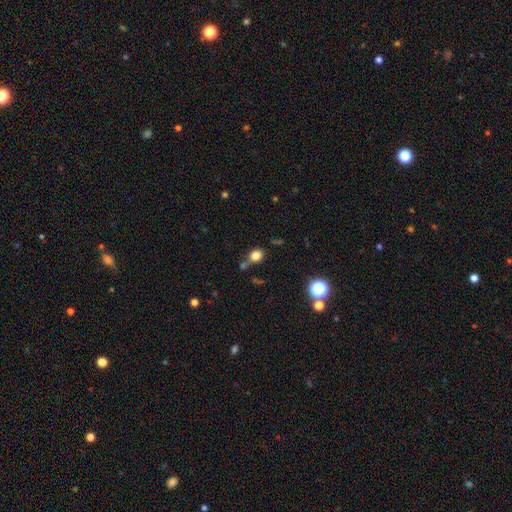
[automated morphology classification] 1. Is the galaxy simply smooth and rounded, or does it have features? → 79% smooth, 14% star or artifact, 7% featured or disk.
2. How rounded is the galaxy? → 65% round, 34% in between, 1% cigar-shaped.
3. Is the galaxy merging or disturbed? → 64% none, 16% merger, 14% minor disturbance, 5% major disturbance.